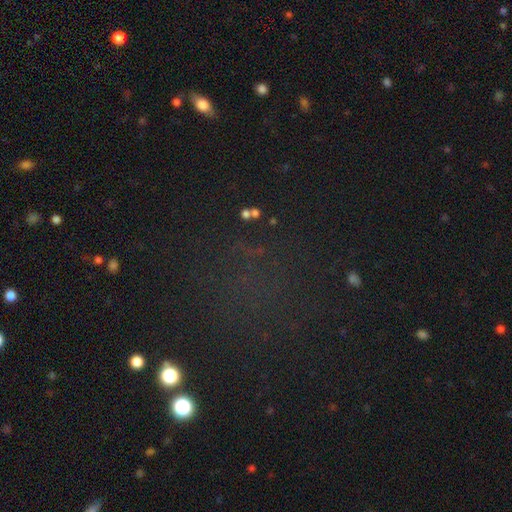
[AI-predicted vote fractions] star or artifact 61%, smooth 26%, featured or disk 12%.